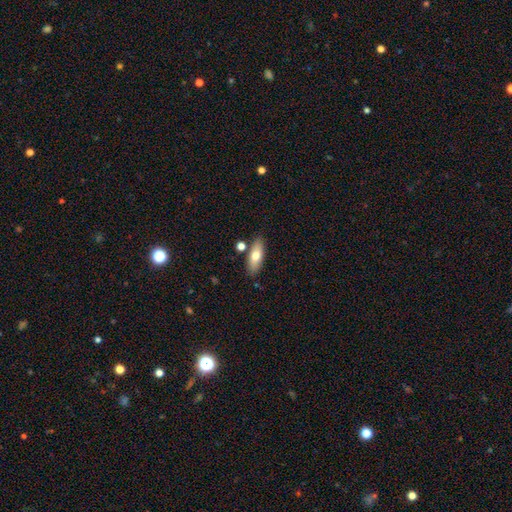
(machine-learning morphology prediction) This is likely a smooth galaxy (71%). How rounded: likely in between (69%). Merging: likely none (79%).